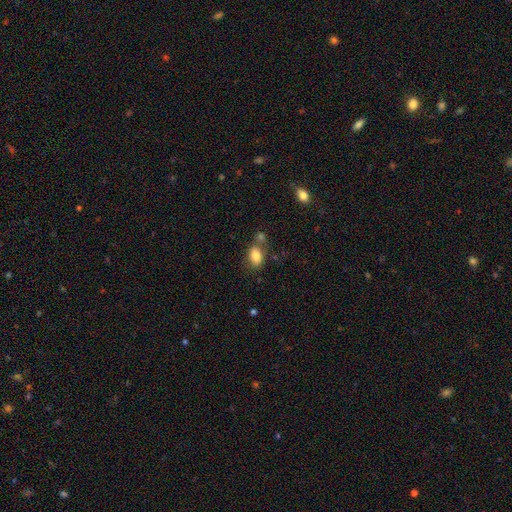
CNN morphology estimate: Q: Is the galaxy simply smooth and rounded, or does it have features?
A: smooth — 83%.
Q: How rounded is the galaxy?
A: in between — 82%.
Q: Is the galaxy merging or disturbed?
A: none — 60%.